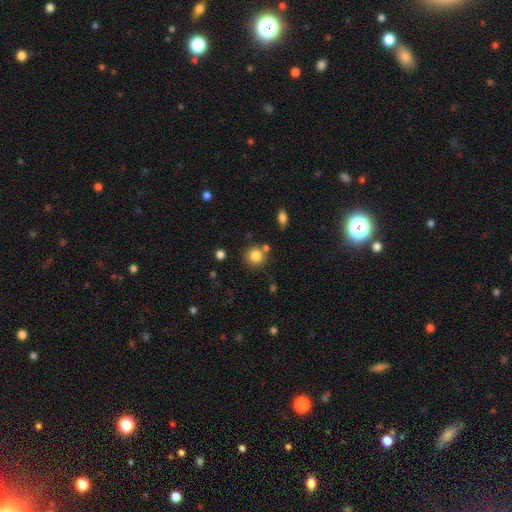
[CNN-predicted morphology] type=smooth (84%); roundness=round (90%); merging=none (74%).